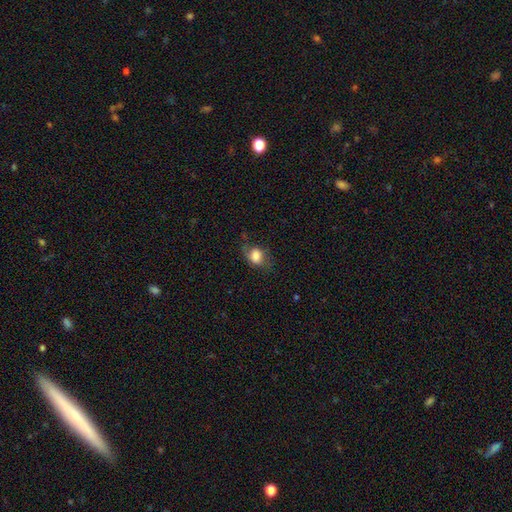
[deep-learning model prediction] Smooth or featured?
  - smooth: 71% *
  - featured or disk: 20%
  - star or artifact: 9%
How rounded?
  - in between: 61% *
  - round: 37%
  - cigar-shaped: 1%
Merging?
  - none: 55% *
  - minor disturbance: 27%
  - major disturbance: 16%
  - merger: 2%